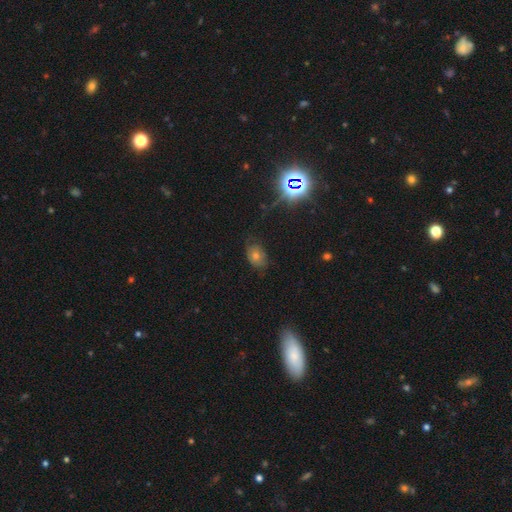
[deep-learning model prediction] Smooth or featured?
  - smooth: 52% *
  - star or artifact: 32%
  - featured or disk: 16%
How rounded?
  - in between: 70% *
  - round: 28%
  - cigar-shaped: 2%
Merging?
  - none: 76% *
  - minor disturbance: 18%
  - major disturbance: 5%
  - merger: 1%